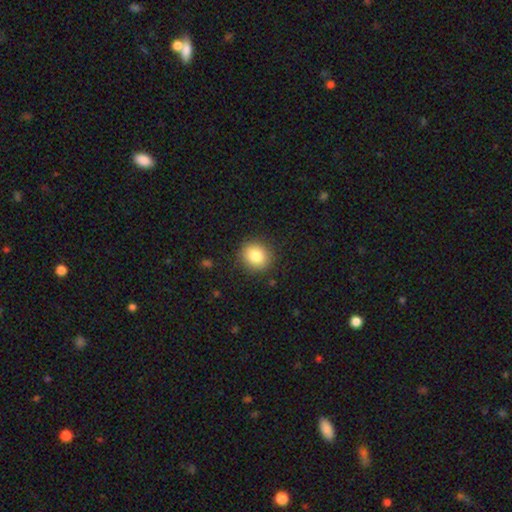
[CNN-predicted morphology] A smooth galaxy with no disk features (83%) that is round (81%). Merging: none (89%).